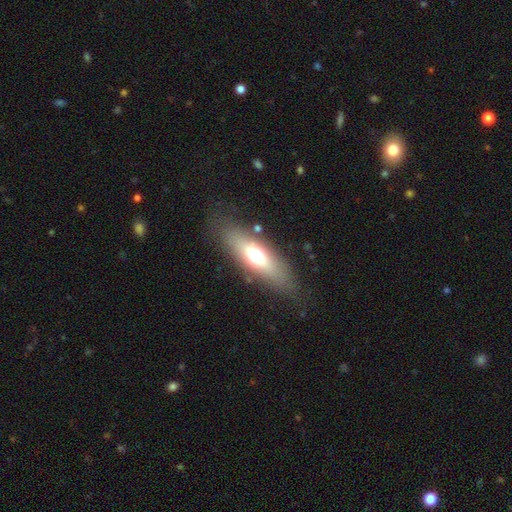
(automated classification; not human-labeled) This appears to be a smooth galaxy with no disk features (58%) that is in between round and cigar-shaped (62%). Merging: none (80%).